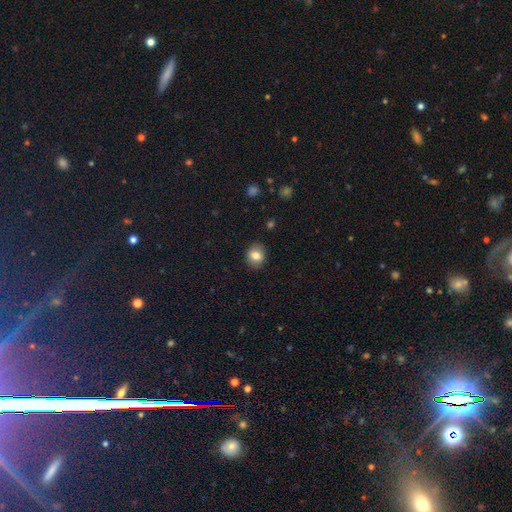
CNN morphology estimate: type=smooth (81%); roundness=round (69%); merging=none (88%).